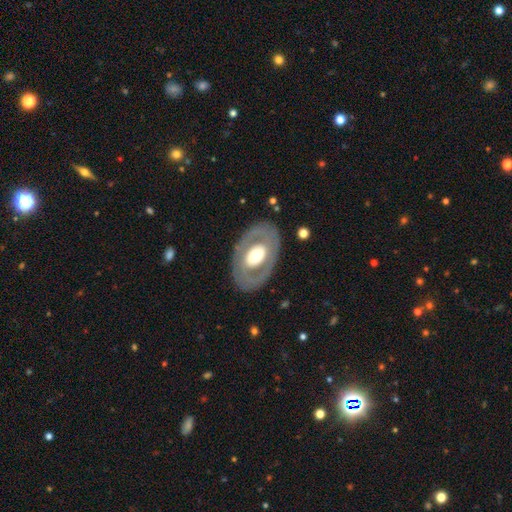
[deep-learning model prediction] Morphology: type=featured or disk (62%); edge-on=no (92%); bar=no (74%); spiral arms=no (79%); bulge=moderate (51%); merging=none (82%).